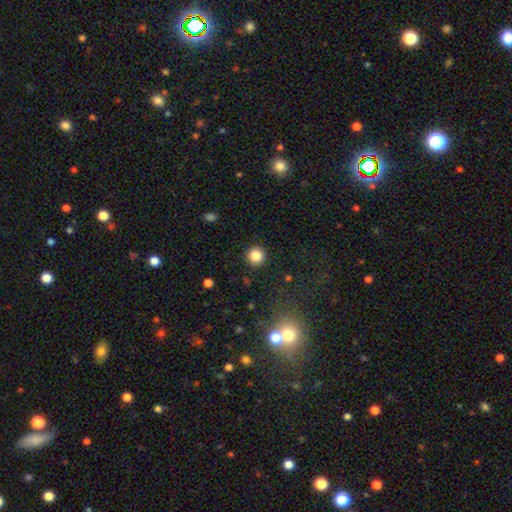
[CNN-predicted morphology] This appears to be a smooth galaxy with no disk features (84%) that is round (94%). Merging: none (92%).